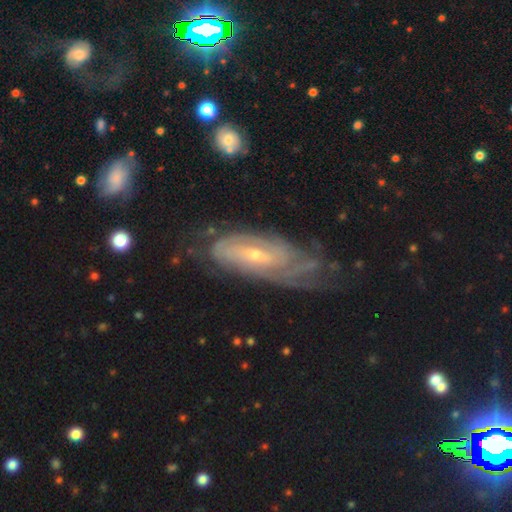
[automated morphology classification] A featured or disk galaxy (80%) with no bar (49%), tight (67%) spiral arms (93%) and a small central bulge (69%).

Vote fractions:
- Smooth or featured? featured or disk: 80% / smooth: 12% / star or artifact: 8%
- Edge-on disk? no: 85% / yes: 15%
- Bar? no: 49% / weak: 38% / strong: 13%
- Spiral arms? yes: 93% / no: 7%
- Spiral winding? tight: 67% / medium: 25% / loose: 7%
- Spiral arm count? can't tell: 54% / 2: 16% / 3: 10% / 4: 9% / more than 4: 5% / 1: 5%
- Bulge size? small: 69% / moderate: 27% / none: 2% / large: 1% / dominant: 1%
- Merging? none: 66% / minor disturbance: 22% / major disturbance: 9% / merger: 2%